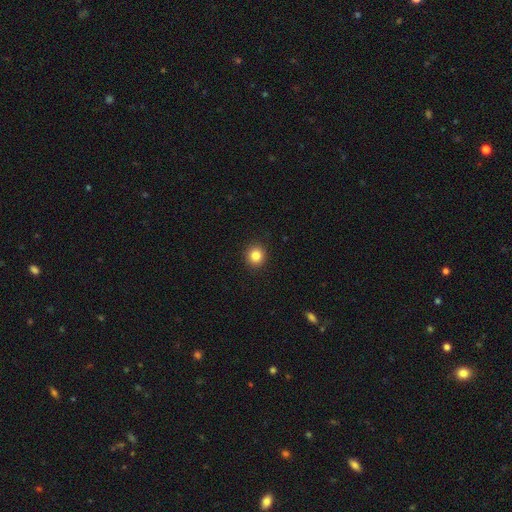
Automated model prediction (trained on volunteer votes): Smooth or featured? smooth (84%)
How rounded? round (89%)
Merging? none (92%)